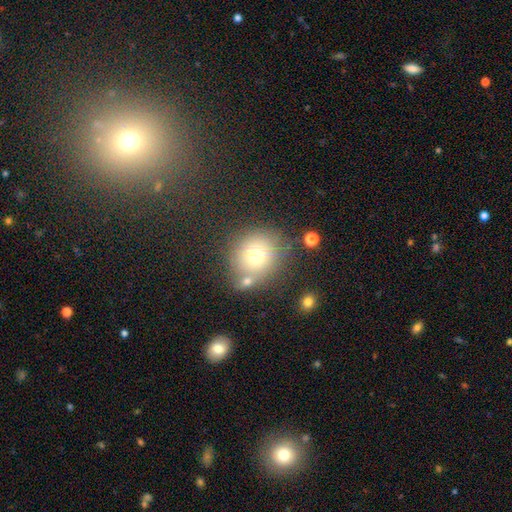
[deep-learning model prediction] This is likely a smooth galaxy (72%). How rounded: clearly round (85%). Merging: likely none (67%).